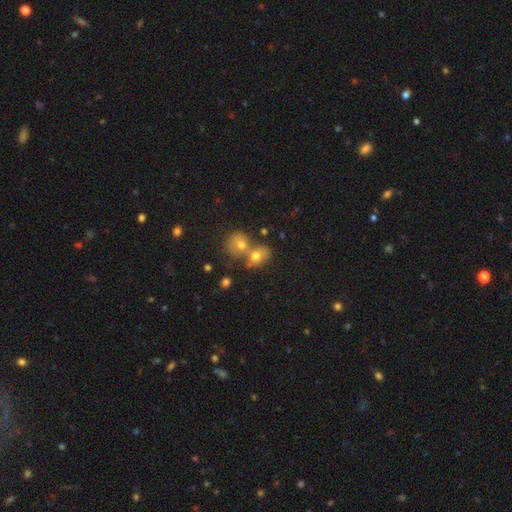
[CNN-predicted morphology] smooth_or_featured: smooth (p=0.71) [alt: featured or disk p=0.18]
how_rounded: in between (p=0.56) [alt: round p=0.43]
merging: merger (p=0.63) [alt: none p=0.26]